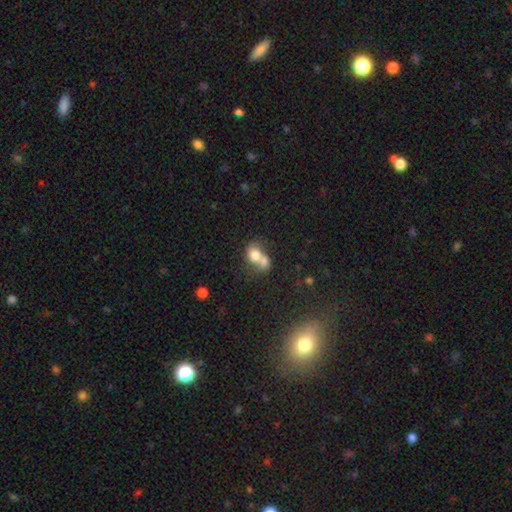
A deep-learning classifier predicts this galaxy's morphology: Smooth or featured? Predicted: smooth (p=0.72). How rounded? Predicted: round (p=0.56). Merging? Predicted: merger (p=0.70).